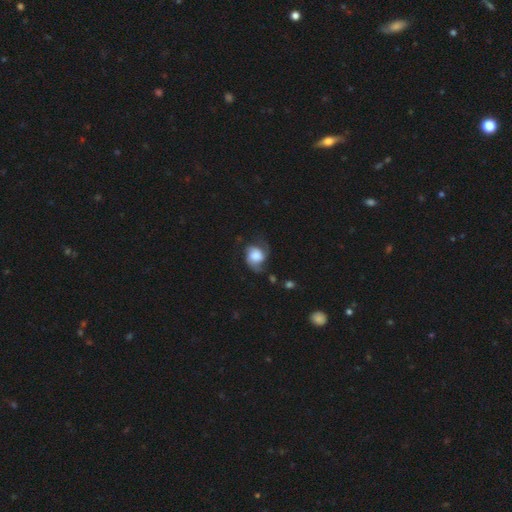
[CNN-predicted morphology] Q: Smooth or featured?
A: featured or disk (56%); runner-up: smooth (37%)
Q: Edge-on disk?
A: no (97%); runner-up: yes (3%)
Q: Bar?
A: no (68%); runner-up: weak (27%)
Q: Spiral arms?
A: yes (89%); runner-up: no (11%)
Q: Bulge size?
A: large (46%); runner-up: moderate (24%)
Q: Merging?
A: none (50%); runner-up: minor disturbance (27%)